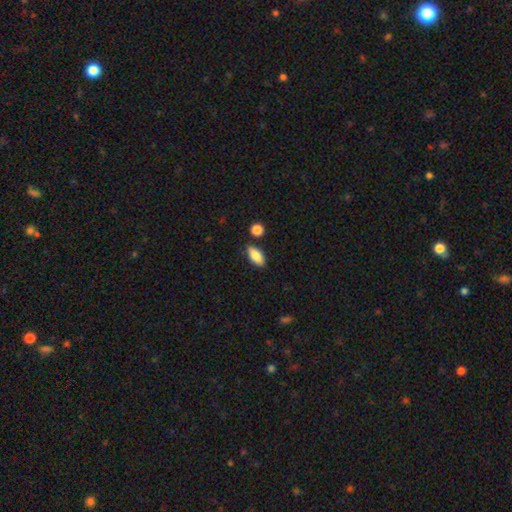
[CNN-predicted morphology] Smooth or featured? Predicted: smooth (p=0.83). How rounded? Predicted: in between (p=0.86). Merging? Predicted: none (p=0.82).